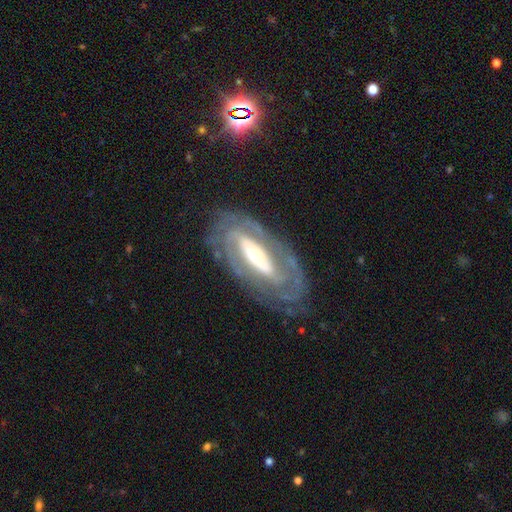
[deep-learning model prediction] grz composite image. It shows a featured or disk galaxy (86%) with a strong bar (58%), 2 (58%) tight (62%) spiral arms (87%) and a moderate central bulge (46%). Merging: none (74%).